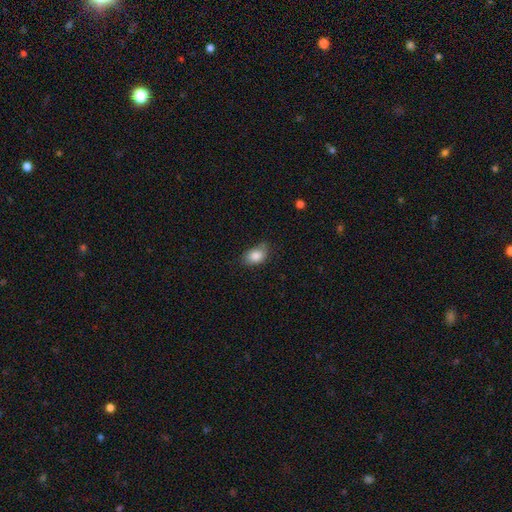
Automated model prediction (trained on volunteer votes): A smooth galaxy with no disk features (85%) that is in between round and cigar-shaped (82%).

Vote fractions:
- Smooth or featured? smooth: 85% / star or artifact: 8% / featured or disk: 7%
- How rounded? in between: 82% / round: 17% / cigar-shaped: 2%
- Merging? none: 64% / minor disturbance: 29% / major disturbance: 5% / merger: 2%